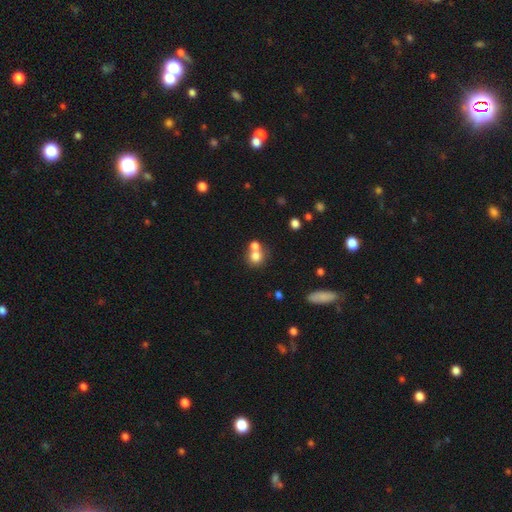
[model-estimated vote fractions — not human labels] This appears to be a smooth galaxy with no disk features (76%) that is round (83%). Merging: merger (45%).